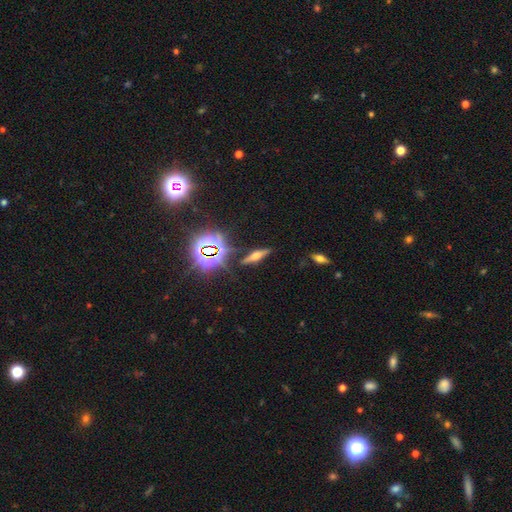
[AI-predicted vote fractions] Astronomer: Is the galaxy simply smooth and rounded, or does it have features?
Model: featured or disk — 44% (runner-up: smooth, 29%).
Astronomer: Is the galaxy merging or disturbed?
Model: none — 82%.